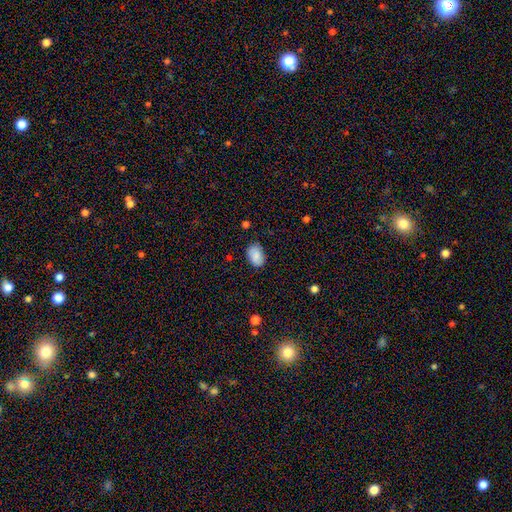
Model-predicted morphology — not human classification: A smooth galaxy with no disk features (85%) that is in between round and cigar-shaped (87%). Merging: none (80%).